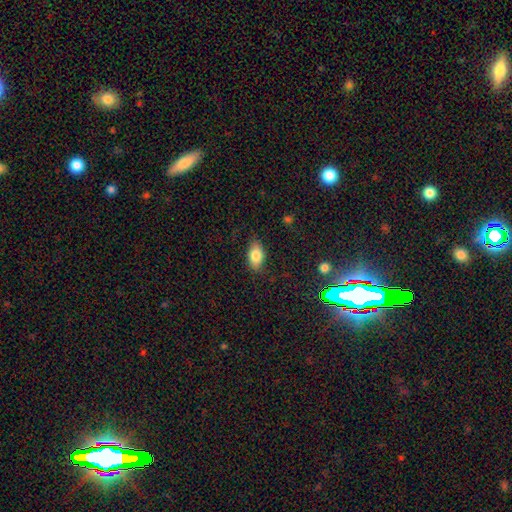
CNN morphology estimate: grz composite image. It shows a smooth galaxy with no disk features (81%) that is in between round and cigar-shaped (90%). Merging: none (82%).